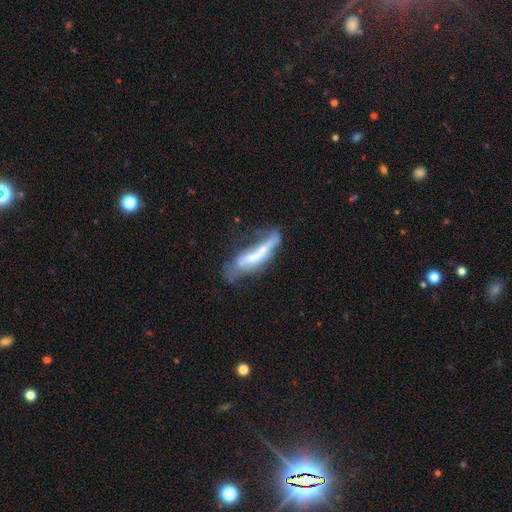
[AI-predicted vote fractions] smooth_or_featured: featured or disk (p=0.51) [alt: smooth p=0.41]
disk_edge_on: no (p=0.62) [alt: yes p=0.38]
merging: major disturbance (p=0.32) [alt: none p=0.27]